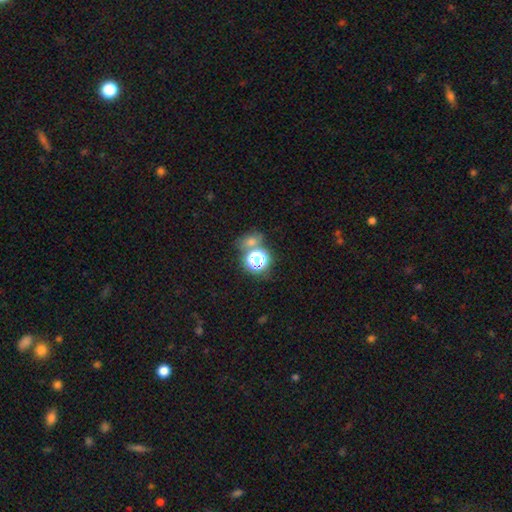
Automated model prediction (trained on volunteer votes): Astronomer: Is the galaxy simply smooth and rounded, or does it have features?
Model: smooth — 50% (runner-up: star or artifact, 40%).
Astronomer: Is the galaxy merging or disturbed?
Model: none — 57%.